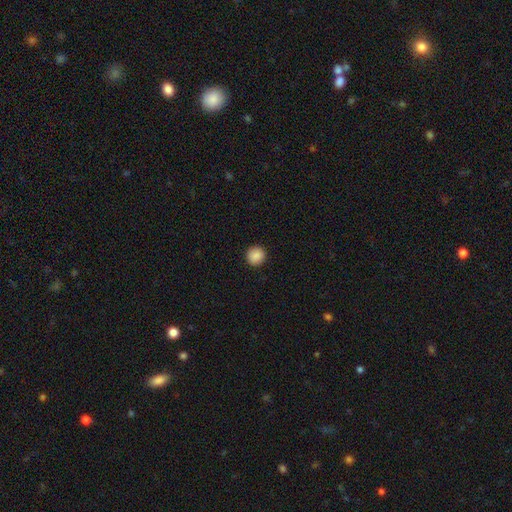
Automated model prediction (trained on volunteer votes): smooth 89%, star or artifact 9%, featured or disk 2%. Down the decision tree: how rounded — round (94%); merging — none (92%).